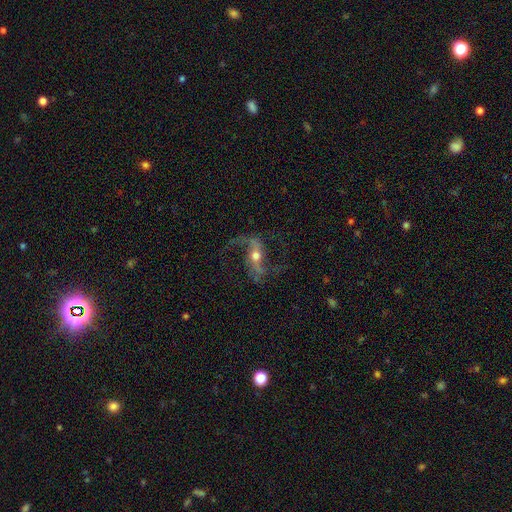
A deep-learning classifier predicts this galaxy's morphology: This is clearly a featured or disk galaxy (88%). It is clearly not viewed edge-on (94%). Bar: marginally strong (41%). Spiral arm pattern: clearly yes (95%). Spiral arm count: clearly 2 (93%). Spiral winding: likely loose (73%). Central bulge: likely moderate (69%). Merging: likely none (71%).